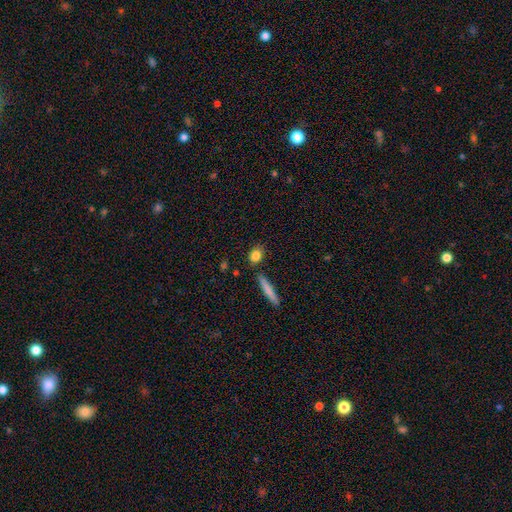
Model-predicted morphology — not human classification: Smooth or featured? smooth (84%)
How rounded? in between (54%)
Merging? none (79%)